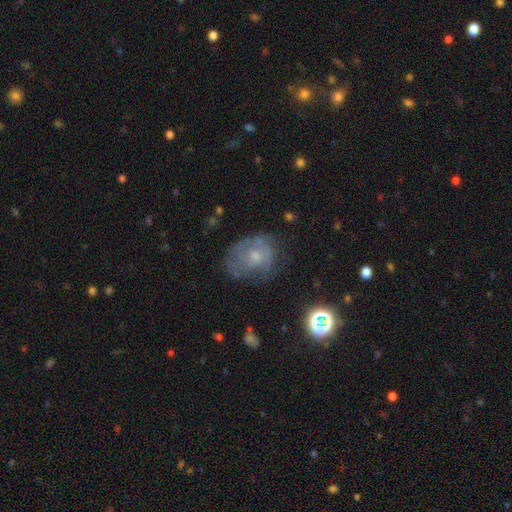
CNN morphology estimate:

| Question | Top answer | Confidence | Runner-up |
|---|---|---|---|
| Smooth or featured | featured or disk | 53% | smooth (33%) |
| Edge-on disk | no | 97% | yes (3%) |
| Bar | no | 82% | weak (16%) |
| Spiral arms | yes | 58% | no (42%) |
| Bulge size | small | 56% | moderate (35%) |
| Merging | none | 54% | minor disturbance (25%) |